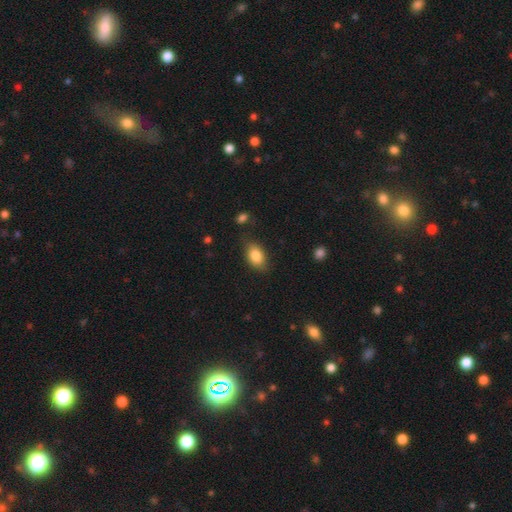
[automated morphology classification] A smooth galaxy with no disk features (85%) that is in between round and cigar-shaped (87%). Merging: none (76%).